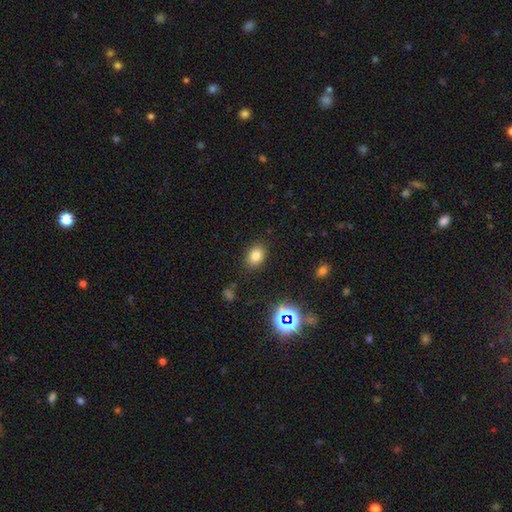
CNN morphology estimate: smooth_or_featured: smooth (p=0.78) [alt: star or artifact p=0.14]
how_rounded: in between (p=0.67) [alt: round p=0.31]
merging: none (p=0.86) [alt: minor disturbance p=0.10]